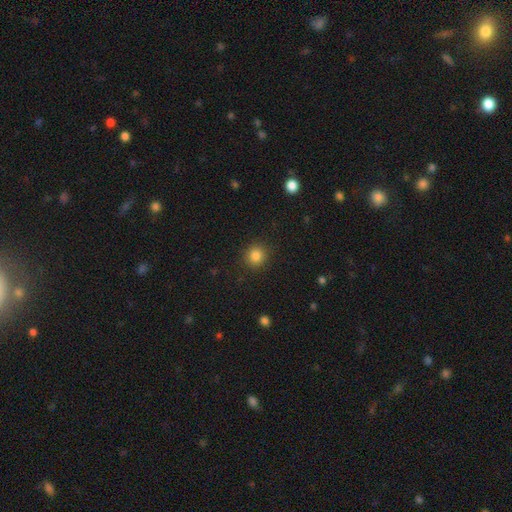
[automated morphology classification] smooth_or_featured: smooth (p=0.84) [alt: star or artifact p=0.11]
how_rounded: round (p=0.90) [alt: in between p=0.09]
merging: none (p=0.90) [alt: minor disturbance p=0.06]